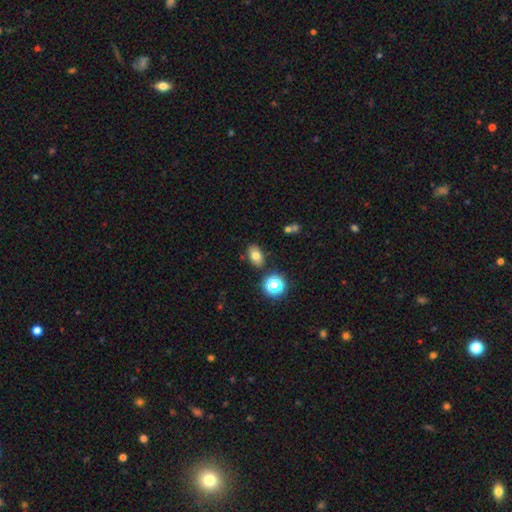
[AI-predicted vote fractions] Morphology: type=smooth (75%); roundness=in between (84%); merging=none (83%).